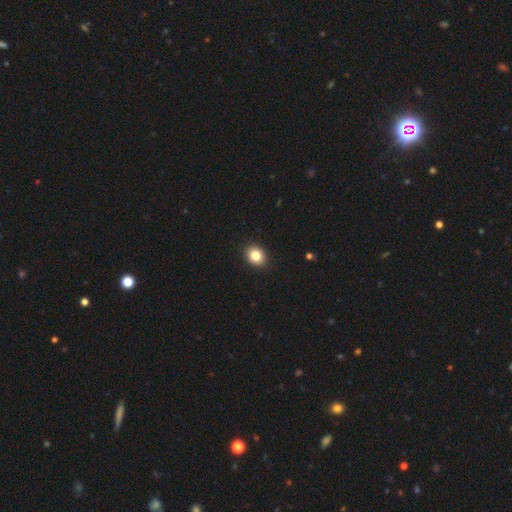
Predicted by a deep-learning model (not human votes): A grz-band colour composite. It shows a smooth galaxy with no disk features (84%) that is round (52%). Merging: none (91%).